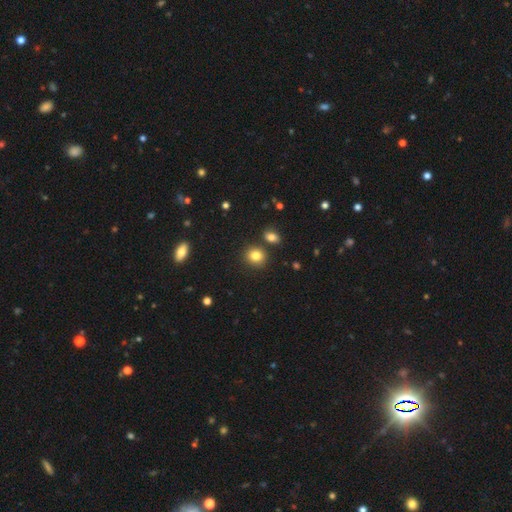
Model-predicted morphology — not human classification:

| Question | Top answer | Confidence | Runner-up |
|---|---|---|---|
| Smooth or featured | smooth | 82% | star or artifact (11%) |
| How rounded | round | 79% | in between (20%) |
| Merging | none | 81% | minor disturbance (8%) |